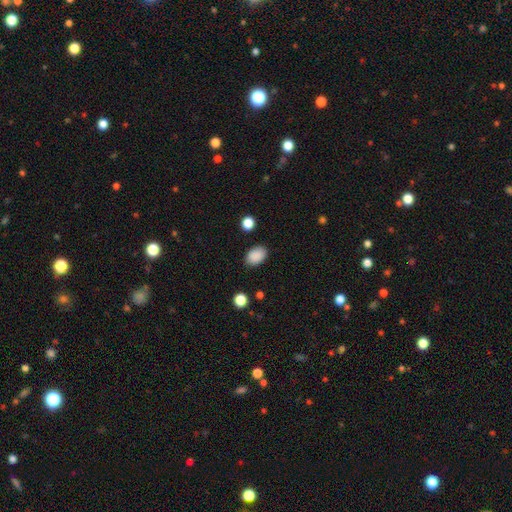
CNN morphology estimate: Smooth or featured? smooth (89%)
How rounded? in between (83%)
Merging? none (86%)